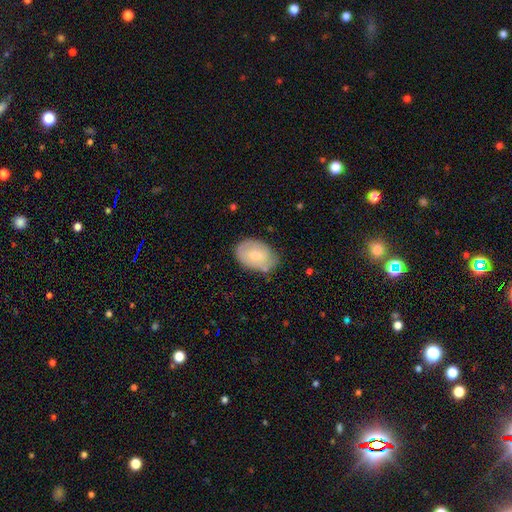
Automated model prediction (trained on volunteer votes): This appears to be a smooth galaxy with no disk features (51%) that is in between round and cigar-shaped (82%). Merging: none (70%).